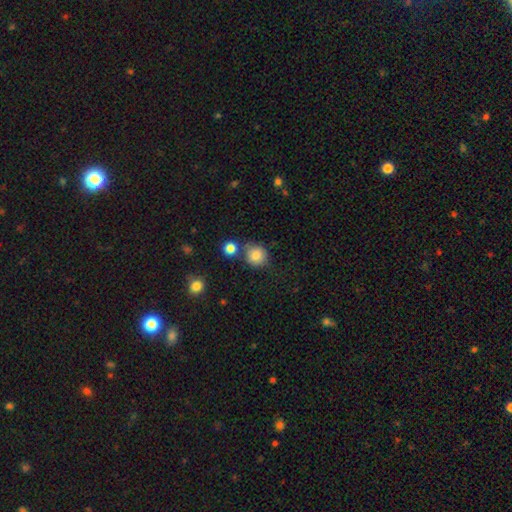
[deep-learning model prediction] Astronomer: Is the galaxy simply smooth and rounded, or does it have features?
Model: smooth — 84%.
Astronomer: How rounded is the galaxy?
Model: round — 87%.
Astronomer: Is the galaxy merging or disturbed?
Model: none — 69%.